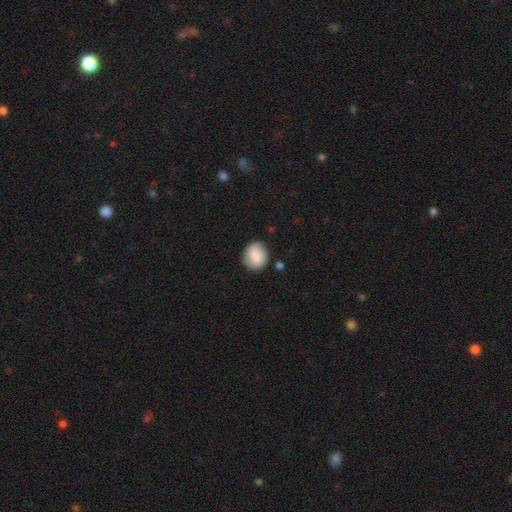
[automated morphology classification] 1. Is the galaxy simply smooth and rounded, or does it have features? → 75% smooth, 18% featured or disk, 7% star or artifact.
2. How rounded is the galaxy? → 75% round, 24% in between, 1% cigar-shaped.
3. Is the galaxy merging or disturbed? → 81% none, 13% minor disturbance, 3% major disturbance, 3% merger.